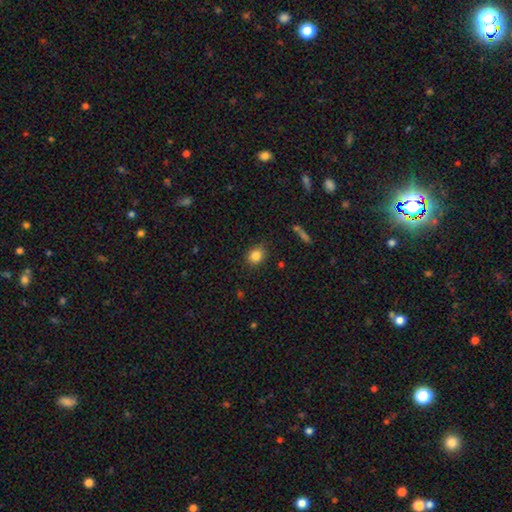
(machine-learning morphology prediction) Smooth or featured: smooth — 84% (star or artifact — 10%)
How rounded: round — 64% (in between — 34%)
Merging: none — 84% (minor disturbance — 12%)